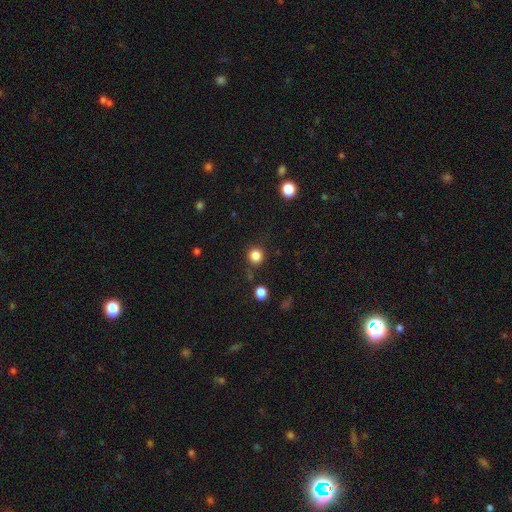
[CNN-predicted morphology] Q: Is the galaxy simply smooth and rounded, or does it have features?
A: smooth — 84%.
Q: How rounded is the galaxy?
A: round — 92%.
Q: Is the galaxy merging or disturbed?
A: none — 85%.